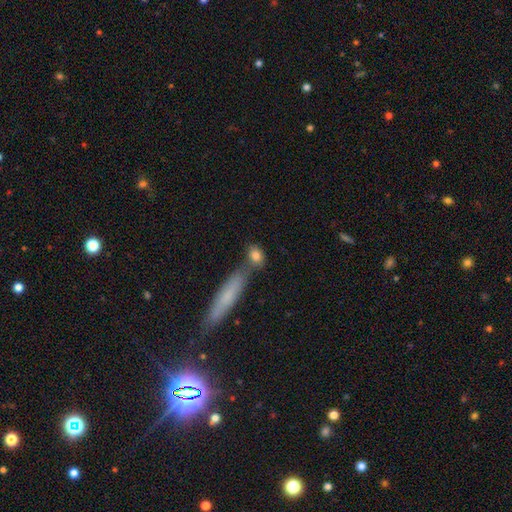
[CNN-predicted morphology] A smooth galaxy with no disk features (80%) that is in between round and cigar-shaped (51%). Merging: none (56%).